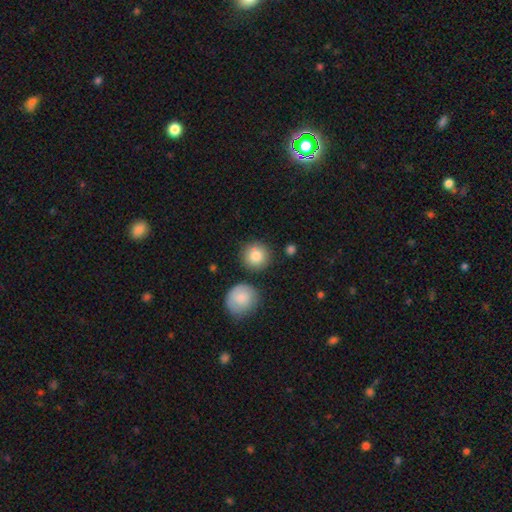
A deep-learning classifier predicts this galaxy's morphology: Smooth or featured?
  - smooth: 85% *
  - star or artifact: 8%
  - featured or disk: 7%
How rounded?
  - round: 93% *
  - in between: 6%
  - cigar-shaped: 1%
Merging?
  - none: 82% *
  - minor disturbance: 9%
  - merger: 6%
  - major disturbance: 3%